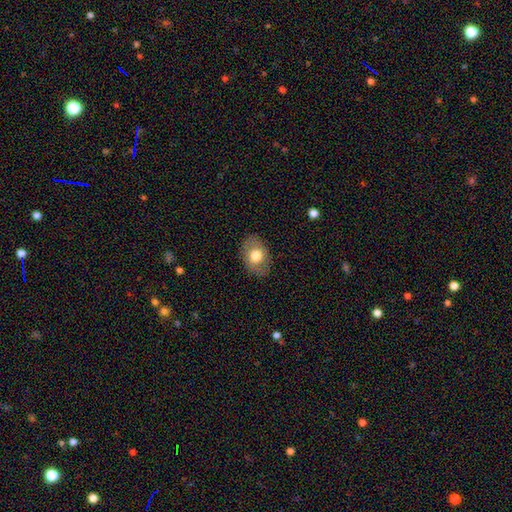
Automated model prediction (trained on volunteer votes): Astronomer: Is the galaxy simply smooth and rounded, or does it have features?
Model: smooth — 70%.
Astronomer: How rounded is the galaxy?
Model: in between — 75%.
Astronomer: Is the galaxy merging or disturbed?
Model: none — 85%.